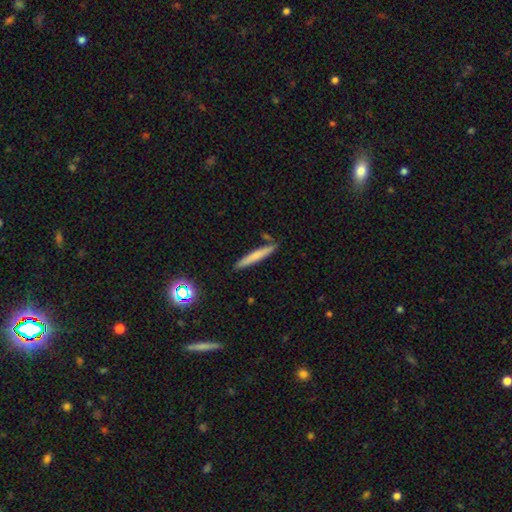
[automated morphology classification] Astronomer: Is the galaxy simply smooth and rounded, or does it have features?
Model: smooth — 69%.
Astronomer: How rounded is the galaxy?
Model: cigar-shaped — 94%.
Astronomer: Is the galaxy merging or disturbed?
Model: none — 84%.